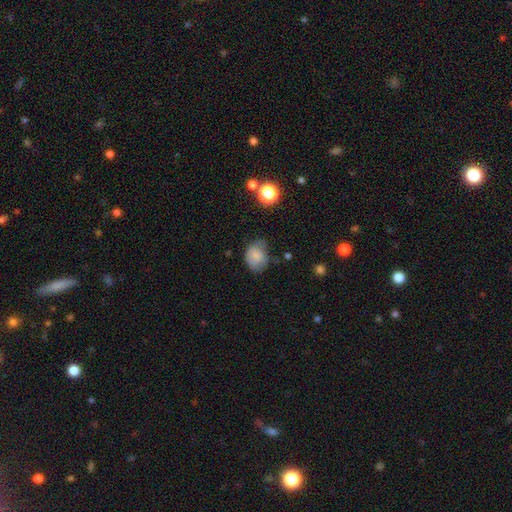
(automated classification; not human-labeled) Q: Smooth or featured?
A: smooth (77%); runner-up: featured or disk (14%)
Q: How rounded?
A: in between (60%); runner-up: round (39%)
Q: Merging?
A: none (49%); runner-up: minor disturbance (35%)